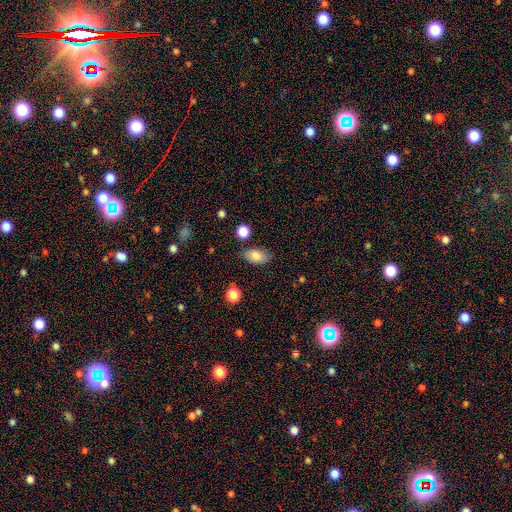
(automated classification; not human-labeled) Q: Smooth or featured?
A: smooth (82%); runner-up: featured or disk (10%)
Q: How rounded?
A: in between (89%); runner-up: round (8%)
Q: Merging?
A: none (79%); runner-up: minor disturbance (14%)